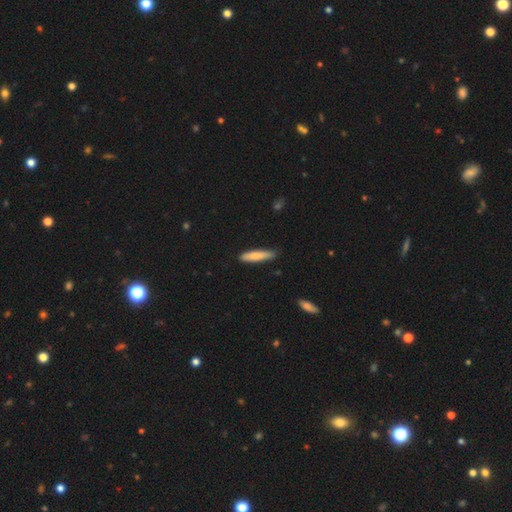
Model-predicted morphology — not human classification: type=smooth (78%); roundness=cigar-shaped (85%); merging=none (84%).